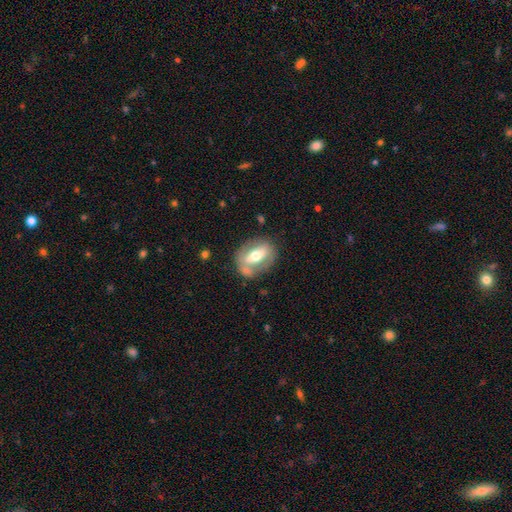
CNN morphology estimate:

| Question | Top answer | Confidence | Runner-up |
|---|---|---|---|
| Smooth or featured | featured or disk | 52% | smooth (41%) |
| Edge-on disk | no | 80% | yes (20%) |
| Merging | none | 65% | minor disturbance (18%) |